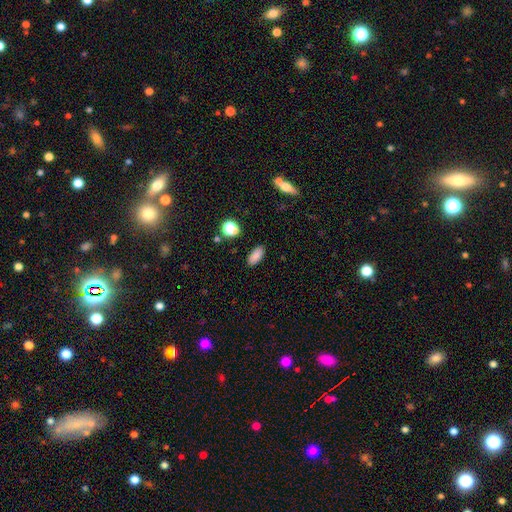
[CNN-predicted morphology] Smooth or featured? smooth (85%)
How rounded? in between (86%)
Merging? none (87%)